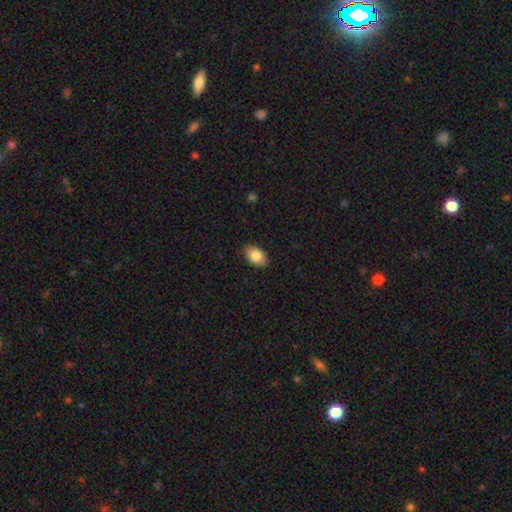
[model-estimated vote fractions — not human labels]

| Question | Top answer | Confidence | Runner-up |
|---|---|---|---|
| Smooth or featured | smooth | 84% | featured or disk (9%) |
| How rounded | in between | 90% | round (9%) |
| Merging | none | 88% | minor disturbance (10%) |